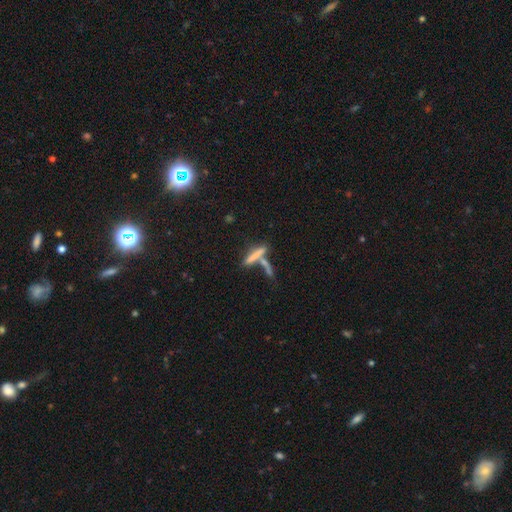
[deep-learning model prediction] Smooth or featured?
  - smooth: 62% *
  - featured or disk: 27%
  - star or artifact: 11%
How rounded?
  - cigar-shaped: 86% *
  - in between: 11%
  - round: 3%
Merging?
  - none: 42% *
  - merger: 41%
  - minor disturbance: 10%
  - major disturbance: 7%